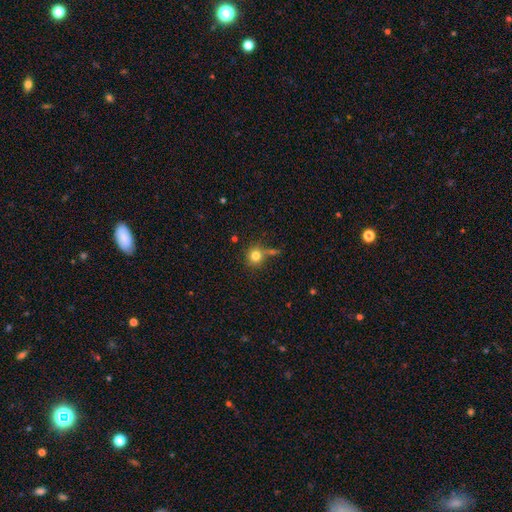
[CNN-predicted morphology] smooth 80%, star or artifact 12%, featured or disk 9%. Down the decision tree: how rounded — round (88%); merging — none (63%).